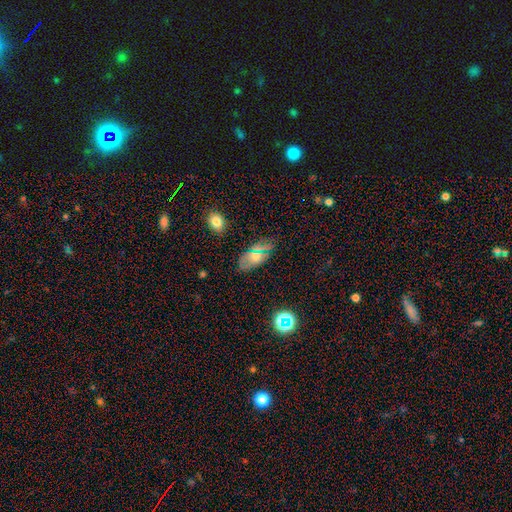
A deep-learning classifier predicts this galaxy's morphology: smooth_or_featured: smooth (p=0.60) [alt: featured or disk p=0.21]
how_rounded: in between (p=0.91) [alt: round p=0.05]
merging: none (p=0.78) [alt: minor disturbance p=0.15]